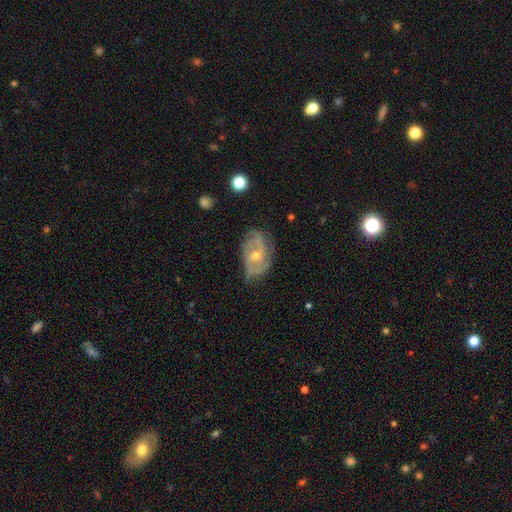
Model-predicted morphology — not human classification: Smooth or featured? featured or disk (81%)
Edge-on disk? no (96%)
Bar? no (50%)
Spiral arms? yes (93%)
Spiral winding? medium (47%)
Spiral arm count? 2 (59%)
Bulge size? small (49%)
Merging? none (68%)